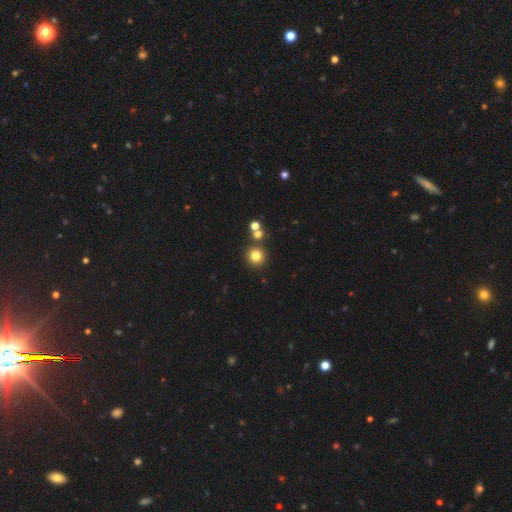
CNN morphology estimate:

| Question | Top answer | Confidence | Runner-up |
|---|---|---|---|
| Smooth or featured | smooth | 79% | star or artifact (14%) |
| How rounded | round | 92% | in between (7%) |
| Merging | none | 78% | merger (12%) |